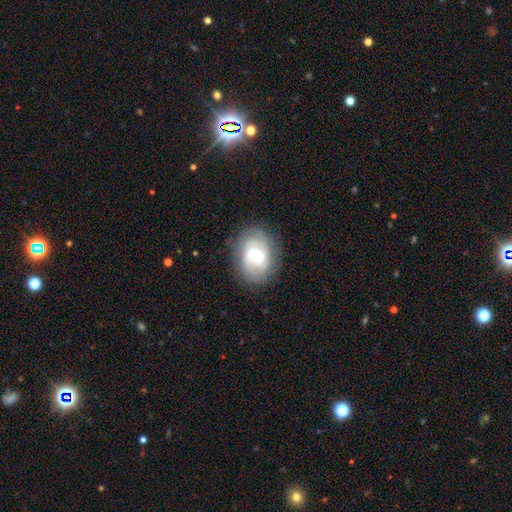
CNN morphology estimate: Smooth or featured: featured or disk — 67% (smooth — 26%)
Edge-on disk: no — 96% (yes — 4%)
Bar: weak — 52% (no — 31%)
Spiral arms: yes — 83% (no — 17%)
Spiral winding: tight — 42% (medium — 39%)
Spiral arm count: 2 — 53% (can't tell — 28%)
Bulge size: moderate — 60% (small — 33%)
Merging: none — 78% (minor disturbance — 15%)